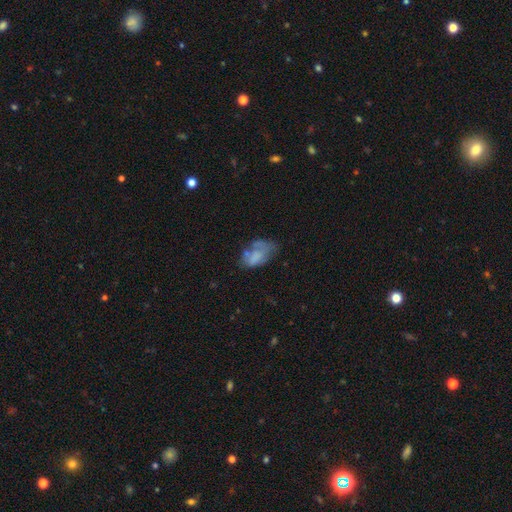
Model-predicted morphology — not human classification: type=smooth (58%); roundness=in between (91%); merging=none (34%).